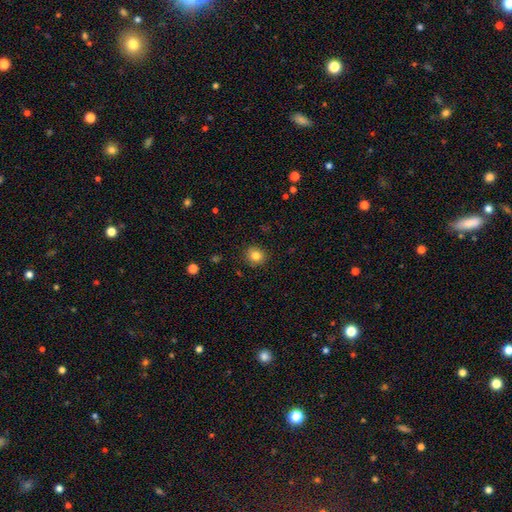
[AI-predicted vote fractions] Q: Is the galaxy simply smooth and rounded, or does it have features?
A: smooth — 82%.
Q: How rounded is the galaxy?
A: round — 82%.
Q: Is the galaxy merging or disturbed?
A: none — 89%.